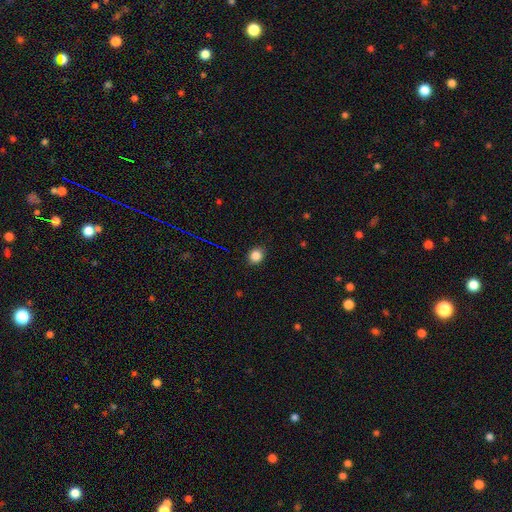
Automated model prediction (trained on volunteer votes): smooth_or_featured: smooth (p=0.85) [alt: star or artifact p=0.11]
how_rounded: round (p=0.72) [alt: in between p=0.27]
merging: none (p=0.89) [alt: minor disturbance p=0.08]